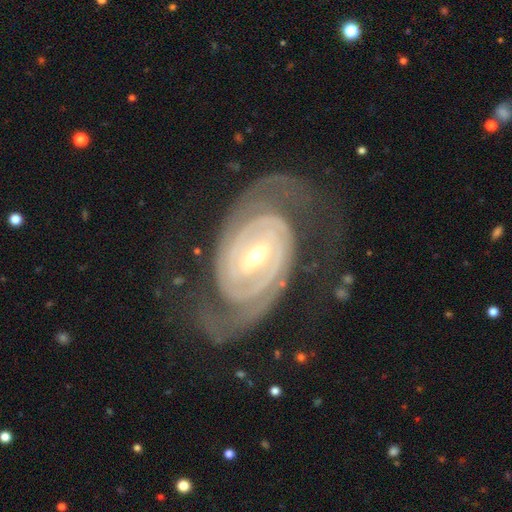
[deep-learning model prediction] The model was most divided on "bar" (2-way tie): strong: 40%, weak: 40%, no: 20%. Remaining: spiral arms — yes (98%); edge-on disk — no (96%); smooth or featured — featured or disk (93%); spiral arm count — 2 (83%); spiral winding — tight (73%); merging — none (73%); bulge size — small (48%).